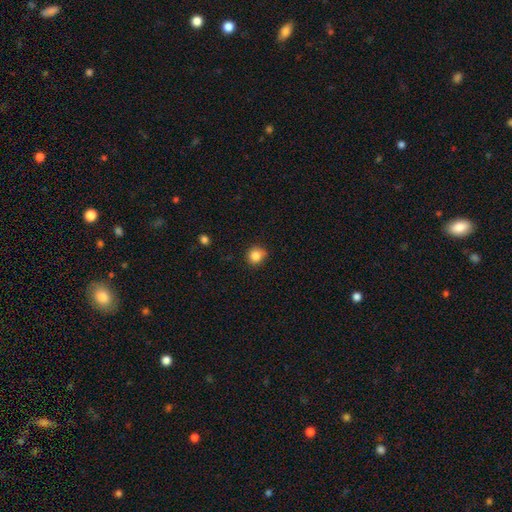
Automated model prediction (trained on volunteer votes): This appears to be a smooth galaxy with no disk features (84%) that is round (88%). Merging: none (77%).